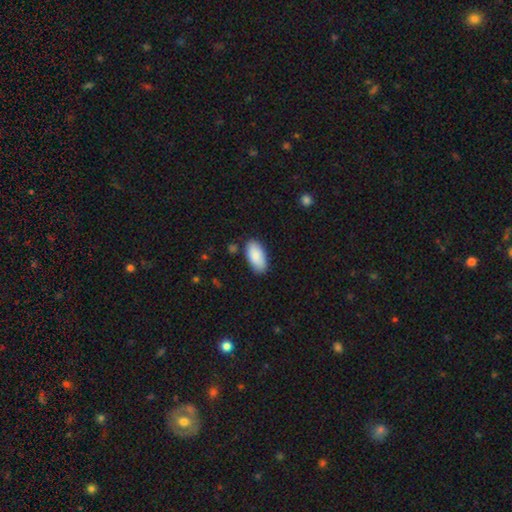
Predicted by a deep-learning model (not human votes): This is clearly a smooth galaxy (87%). How rounded: clearly in between (94%). Merging: clearly none (84%).